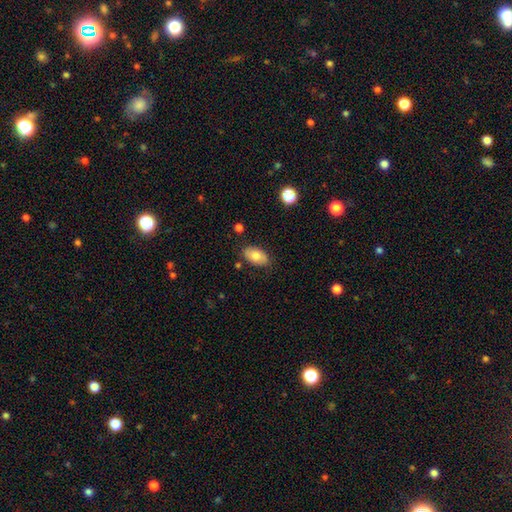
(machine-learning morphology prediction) type=smooth (78%); roundness=in between (93%); merging=none (82%).